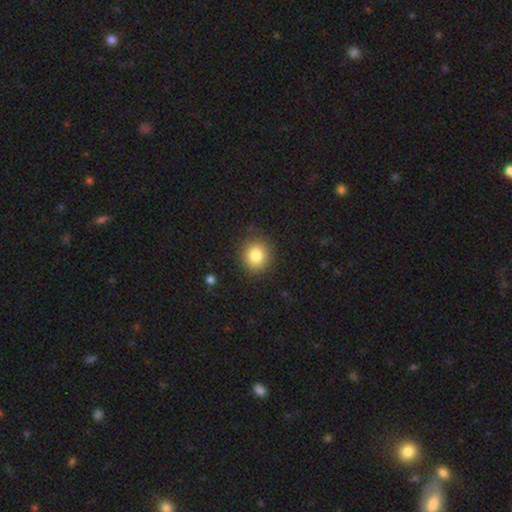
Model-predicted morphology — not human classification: Smooth or featured: smooth — 83% (star or artifact — 10%)
How rounded: round — 84% (in between — 15%)
Merging: none — 89% (minor disturbance — 8%)